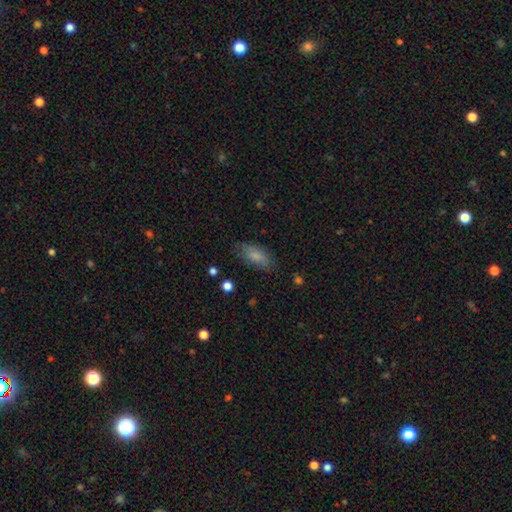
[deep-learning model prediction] Smooth or featured: smooth — 82% (featured or disk — 11%)
How rounded: in between — 87% (cigar-shaped — 10%)
Merging: none — 79% (minor disturbance — 16%)